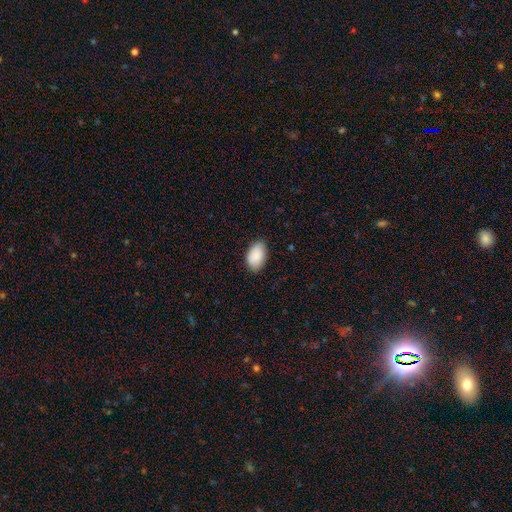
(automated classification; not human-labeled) Smooth or featured? Predicted: smooth (p=0.89). How rounded? Predicted: in between (p=0.92). Merging? Predicted: none (p=0.81).